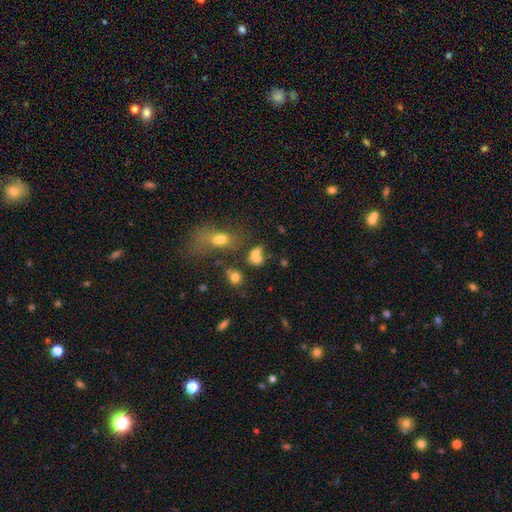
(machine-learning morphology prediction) smooth_or_featured: smooth (p=0.67) [alt: star or artifact p=0.17]
how_rounded: in between (p=0.55) [alt: round p=0.42]
merging: merger (p=0.50) [alt: none p=0.28]